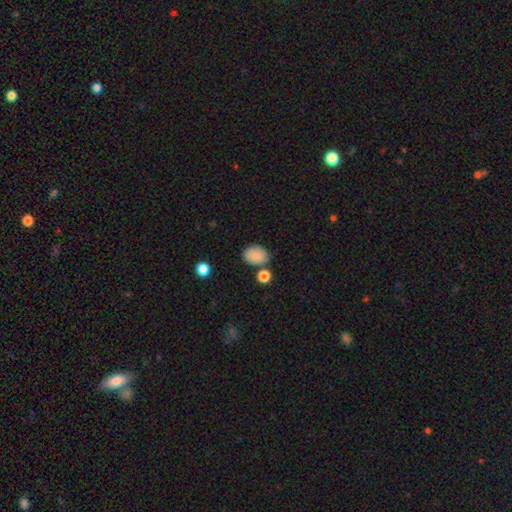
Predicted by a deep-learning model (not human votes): Smooth or featured?
  - smooth: 85% *
  - star or artifact: 9%
  - featured or disk: 6%
How rounded?
  - in between: 69% *
  - round: 30%
  - cigar-shaped: 1%
Merging?
  - none: 71% *
  - minor disturbance: 17%
  - merger: 8%
  - major disturbance: 4%